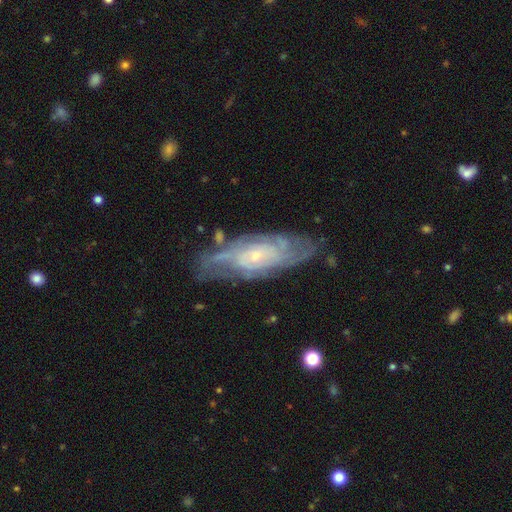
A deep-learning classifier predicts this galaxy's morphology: smooth_or_featured: featured or disk (p=0.82) [alt: smooth p=0.12]
disk_edge_on: no (p=0.88) [alt: yes p=0.12]
bar: no (p=0.72) [alt: weak p=0.23]
has_spiral_arms: yes (p=0.91) [alt: no p=0.09]
spiral_winding: tight (p=0.63) [alt: medium p=0.30]
spiral_arm_count: can't tell (p=0.48) [alt: 2 p=0.18]
bulge_size: small (p=0.76) [alt: moderate p=0.19]
merging: none (p=0.71) [alt: minor disturbance p=0.19]